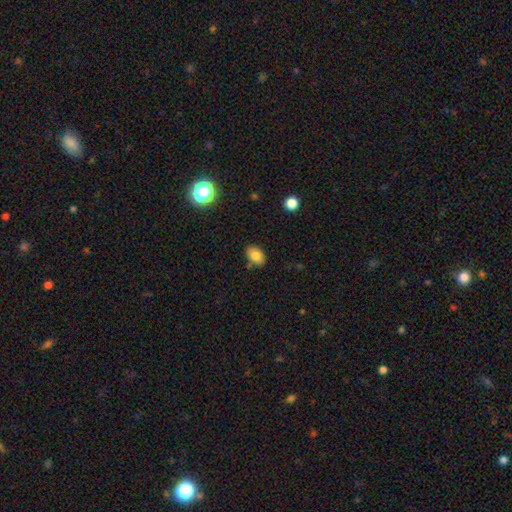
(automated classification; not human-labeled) A smooth galaxy with no disk features (81%) that is in between round and cigar-shaped (85%).

Vote fractions:
- Smooth or featured? smooth: 81% / star or artifact: 9% / featured or disk: 9%
- How rounded? in between: 85% / round: 14% / cigar-shaped: 1%
- Merging? none: 81% / minor disturbance: 13% / merger: 4% / major disturbance: 3%